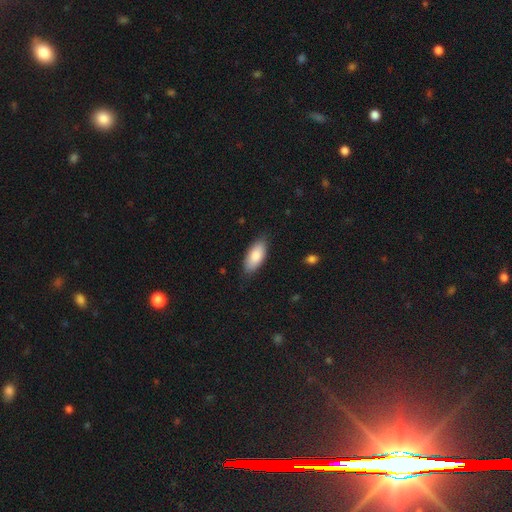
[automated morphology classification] A smooth galaxy with no disk features (84%) that is in between round and cigar-shaped (89%).

Vote fractions:
- Smooth or featured? smooth: 84% / featured or disk: 11% / star or artifact: 6%
- How rounded? in between: 89% / cigar-shaped: 9% / round: 2%
- Merging? none: 82% / minor disturbance: 14% / major disturbance: 2% / merger: 1%